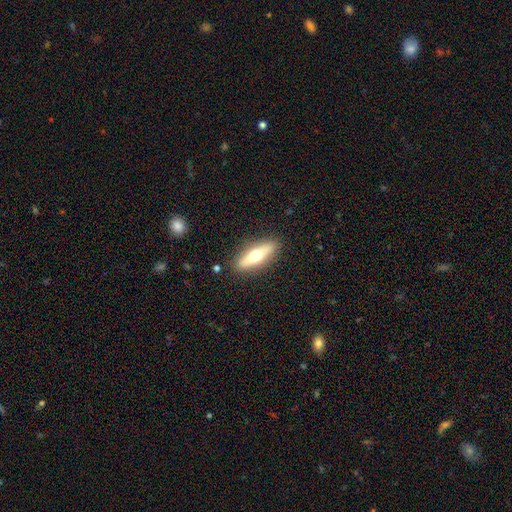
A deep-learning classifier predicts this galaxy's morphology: Overall: smooth (50%; featured or disk 44%). Merging: none (87%).